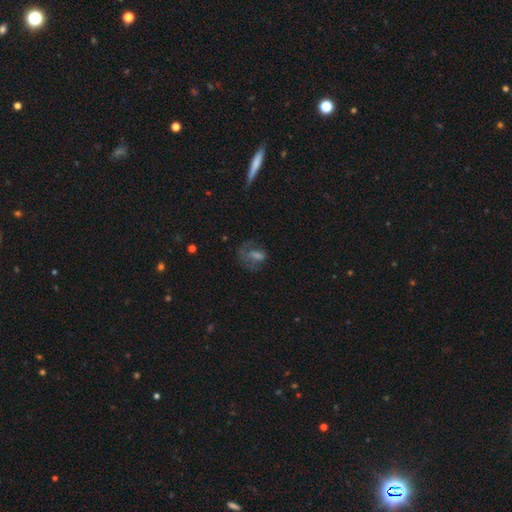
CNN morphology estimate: smooth_or_featured: featured or disk (p=0.46) [alt: smooth p=0.34]
merging: none (p=0.53) [alt: major disturbance p=0.24]